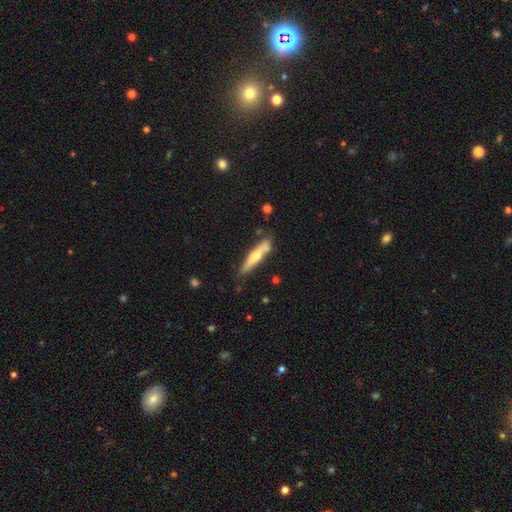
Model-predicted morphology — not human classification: smooth-or-featured: smooth: 50% | featured or disk: 44% | star or artifact: 6%
  merging: none: 72% | minor disturbance: 17% | merger: 8% | major disturbance: 3%